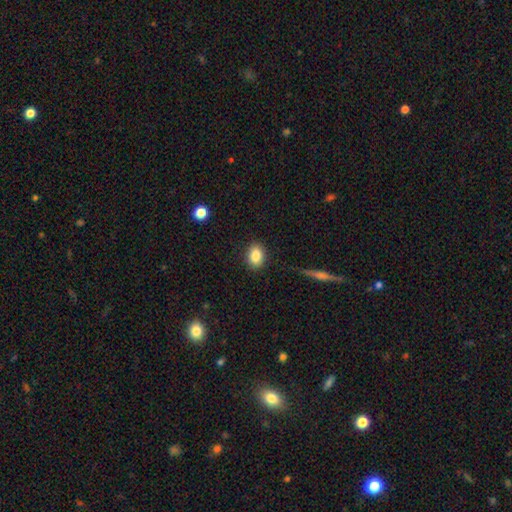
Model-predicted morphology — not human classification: Smooth or featured: smooth — 85% (star or artifact — 8%)
How rounded: in between — 77% (round — 21%)
Merging: none — 87% (minor disturbance — 9%)